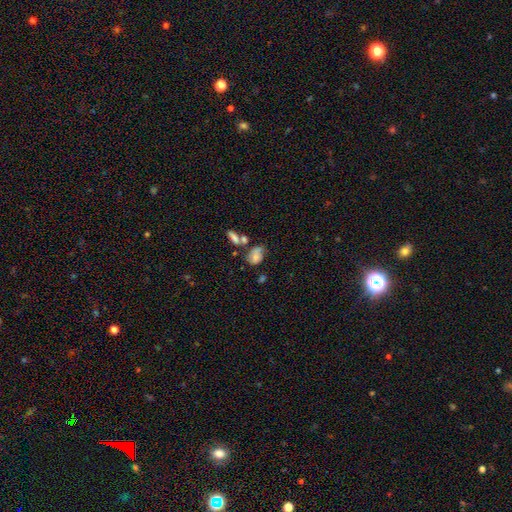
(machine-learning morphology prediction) smooth 62%, featured or disk 27%, star or artifact 11%. Down the decision tree: how rounded — in between (69%); merging — none (38%).